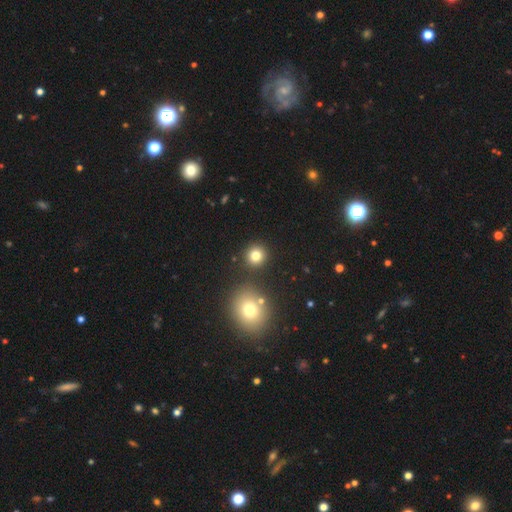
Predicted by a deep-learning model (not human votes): Smooth or featured?
  - smooth: 80% *
  - star or artifact: 14%
  - featured or disk: 6%
How rounded?
  - round: 91% *
  - in between: 8%
  - cigar-shaped: 1%
Merging?
  - none: 87% *
  - minor disturbance: 6%
  - merger: 5%
  - major disturbance: 2%